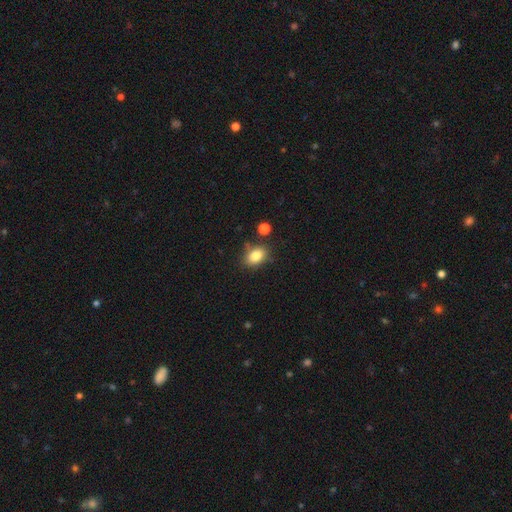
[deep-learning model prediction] The model was most divided on "how rounded": in between: 76%, round: 22%, cigar-shaped: 1%. More confident: smooth or featured — smooth (83%); merging — none (75%).